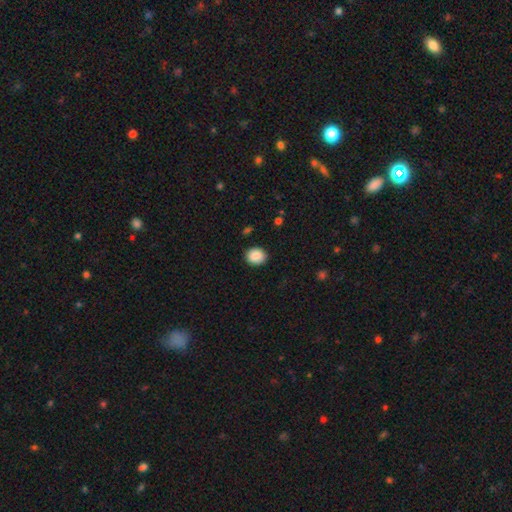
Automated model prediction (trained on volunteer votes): This appears to be a smooth galaxy with no disk features (89%) that is round (58%). Merging: none (89%).